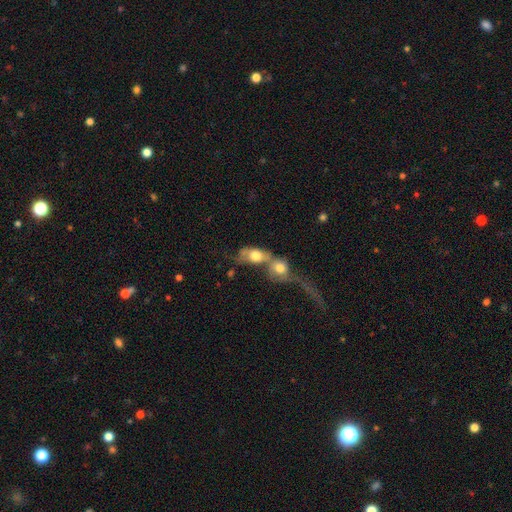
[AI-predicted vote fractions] This appears to be a smooth galaxy with no disk features (64%) that is in between round and cigar-shaped (67%). Merging: merger (74%).